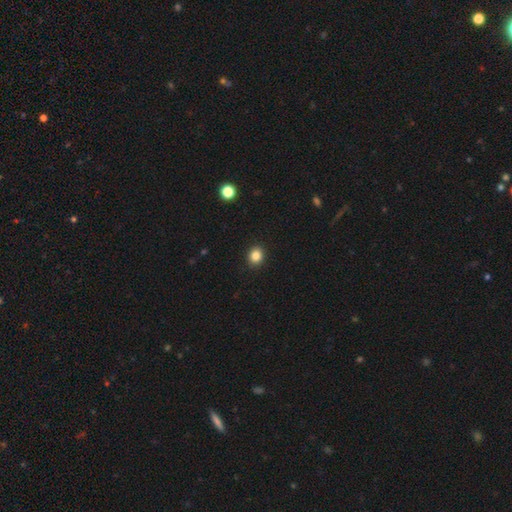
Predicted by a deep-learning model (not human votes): Morphology: type=smooth (85%); roundness=round (74%); merging=none (92%).